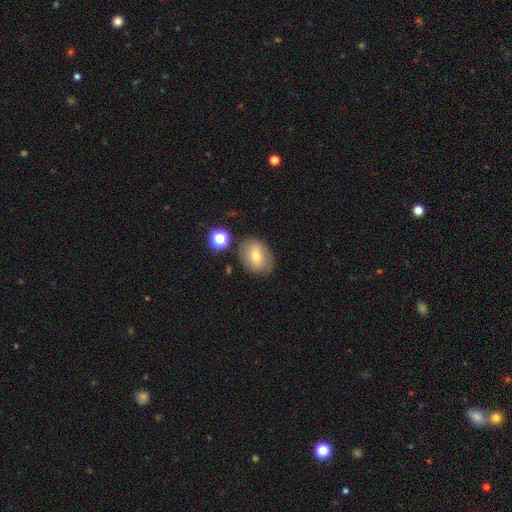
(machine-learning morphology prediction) A smooth galaxy with no disk features (64%) that is in between round and cigar-shaped (61%).

Vote fractions:
- Smooth or featured? smooth: 64% / featured or disk: 25% / star or artifact: 10%
- How rounded? in between: 61% / round: 38% / cigar-shaped: 1%
- Merging? none: 76% / minor disturbance: 15% / merger: 5% / major disturbance: 4%